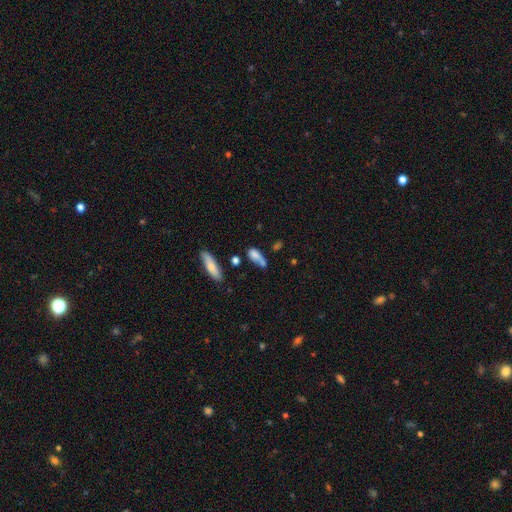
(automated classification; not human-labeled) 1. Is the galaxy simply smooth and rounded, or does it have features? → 71% smooth, 18% featured or disk, 10% star or artifact.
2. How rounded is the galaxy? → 67% in between, 26% cigar-shaped, 7% round.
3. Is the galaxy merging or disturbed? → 35% none, 24% minor disturbance, 23% merger, 17% major disturbance.